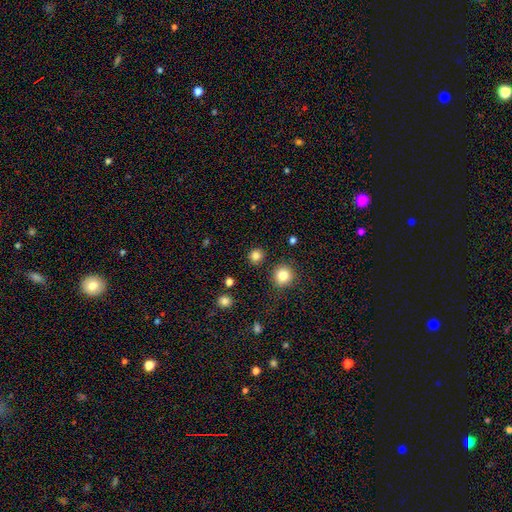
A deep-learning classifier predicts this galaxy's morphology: A smooth galaxy with no disk features (82%) that is round (91%).

Vote fractions:
- Smooth or featured? smooth: 82% / star or artifact: 14% / featured or disk: 4%
- How rounded? round: 91% / in between: 8% / cigar-shaped: 1%
- Merging? none: 88% / minor disturbance: 6% / merger: 3% / major disturbance: 2%